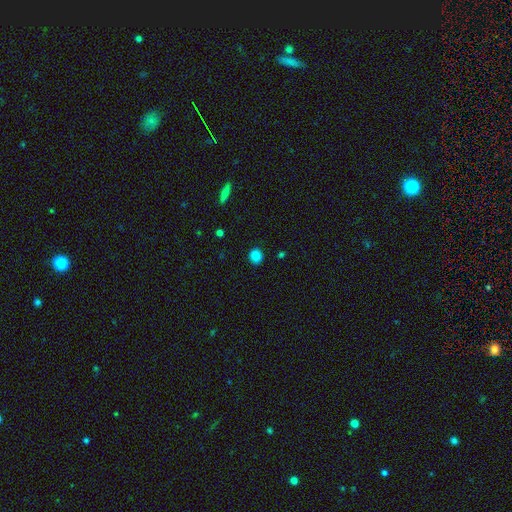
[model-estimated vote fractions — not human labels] smooth-or-featured: smooth: 85% | star or artifact: 11% | featured or disk: 3%
  how-rounded: round: 79% | in between: 20% | cigar-shaped: 1%
  merging: none: 89% | minor disturbance: 8% | major disturbance: 2% | merger: 1%